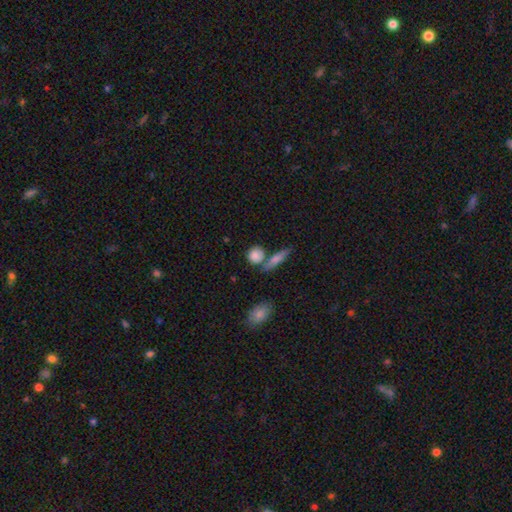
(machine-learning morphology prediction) smooth_or_featured: smooth (p=0.84) [alt: featured or disk p=0.09]
how_rounded: round (p=0.74) [alt: in between p=0.20]
merging: none (p=0.65) [alt: merger p=0.20]